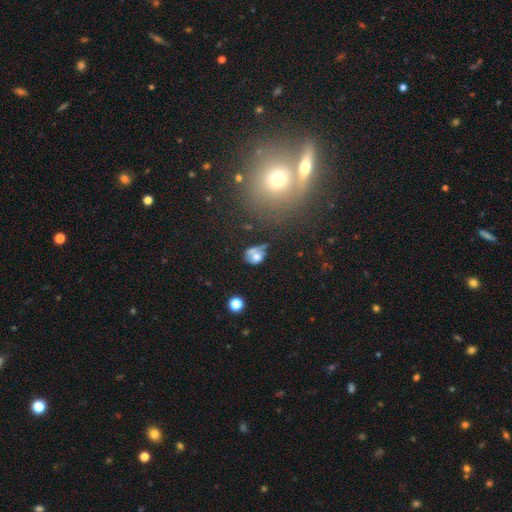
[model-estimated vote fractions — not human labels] Q: Smooth or featured?
A: smooth (59%); runner-up: featured or disk (28%)
Q: How rounded?
A: in between (52%); runner-up: round (46%)
Q: Merging?
A: merger (34%); runner-up: none (25%)